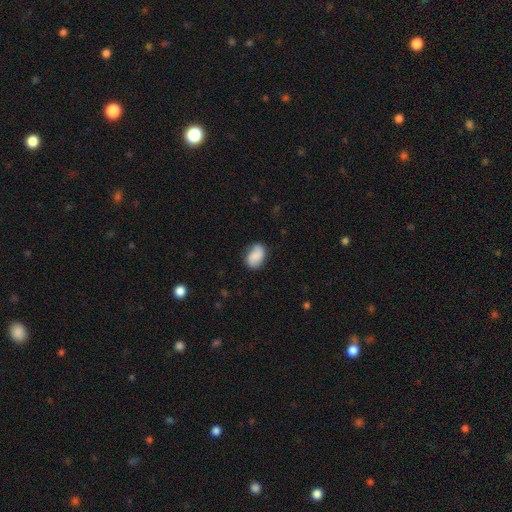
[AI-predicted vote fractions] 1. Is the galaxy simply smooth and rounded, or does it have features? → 79% smooth, 14% featured or disk, 8% star or artifact.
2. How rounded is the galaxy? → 87% in between, 11% round, 1% cigar-shaped.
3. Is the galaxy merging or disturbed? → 73% none, 20% minor disturbance, 5% major disturbance, 2% merger.